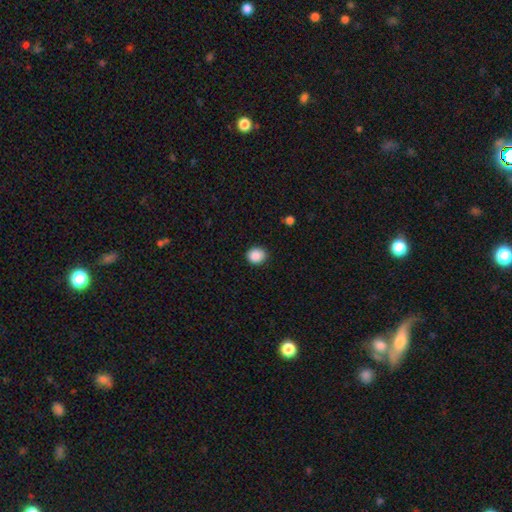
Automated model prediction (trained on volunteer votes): Overall: smooth (89%). How rounded: round (77%). Merging: none (89%).